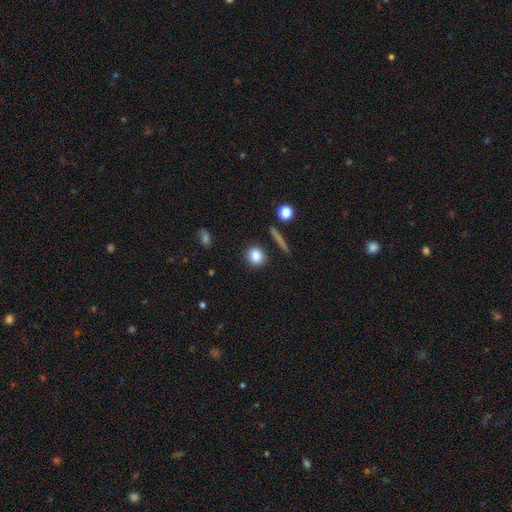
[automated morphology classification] smooth 84%, star or artifact 9%, featured or disk 7%. Down the decision tree: how rounded — round (84%); merging — none (88%).